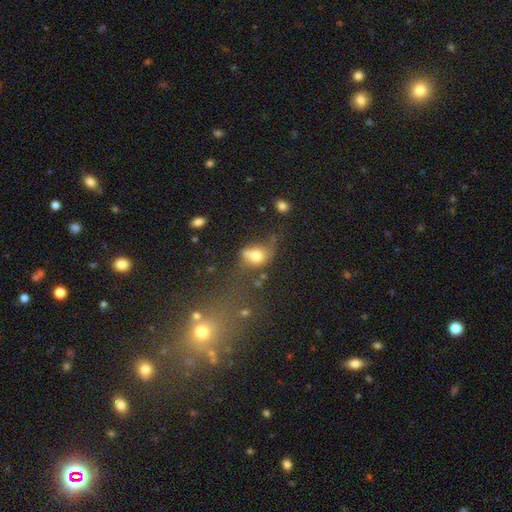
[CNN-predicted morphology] Smooth or featured? smooth (69%)
How rounded? in between (63%)
Merging? none (28%)